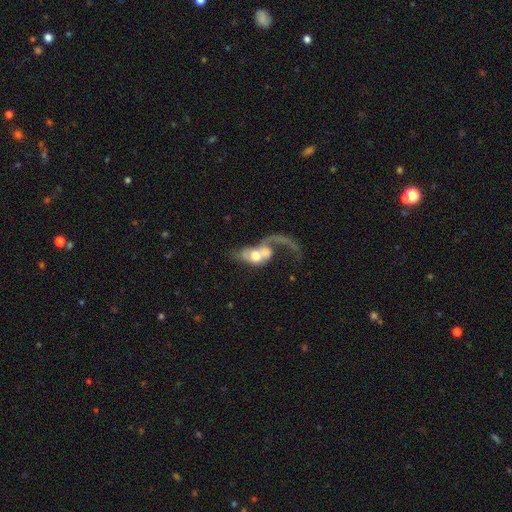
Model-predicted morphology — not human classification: smooth_or_featured: featured or disk (p=0.60) [alt: smooth p=0.32]
disk_edge_on: no (p=0.94) [alt: yes p=0.06]
bar: no (p=0.70) [alt: weak p=0.24]
has_spiral_arms: yes (p=0.70) [alt: no p=0.30]
bulge_size: moderate (p=0.49) [alt: large p=0.31]
merging: merger (p=0.53) [alt: major disturbance p=0.30]